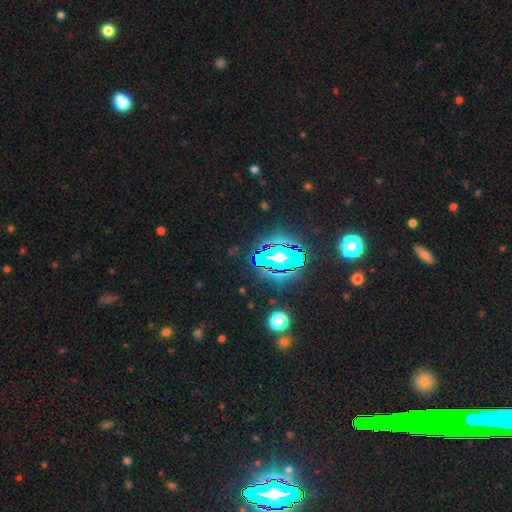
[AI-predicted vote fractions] A star or artifact, not a galaxy (72%).

Vote fractions:
- Smooth or featured? star or artifact: 72% / smooth: 15% / featured or disk: 13%